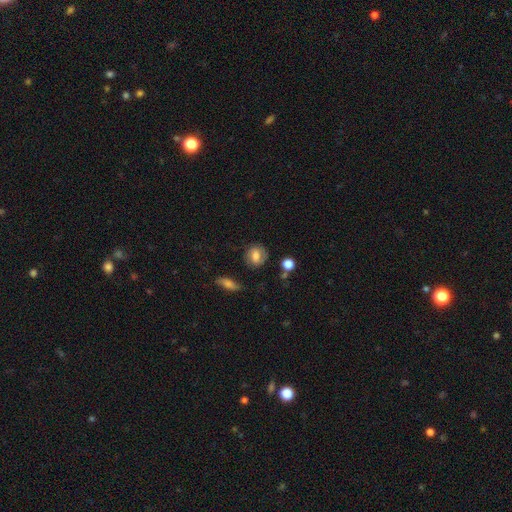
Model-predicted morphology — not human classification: smooth_or_featured: smooth (p=0.66) [alt: featured or disk p=0.25]
how_rounded: round (p=0.66) [alt: in between p=0.32]
merging: none (p=0.77) [alt: minor disturbance p=0.15]